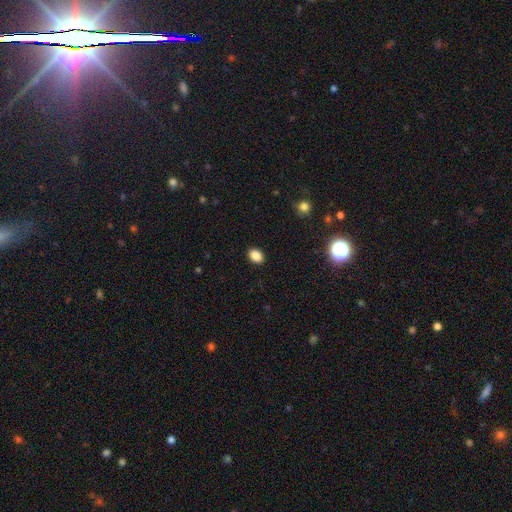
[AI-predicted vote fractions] A smooth galaxy with no disk features (87%) that is in between round and cigar-shaped (74%).

Vote fractions:
- Smooth or featured? smooth: 87% / star or artifact: 10% / featured or disk: 3%
- How rounded? in between: 74% / round: 25% / cigar-shaped: 1%
- Merging? none: 90% / minor disturbance: 7% / major disturbance: 2% / merger: 1%